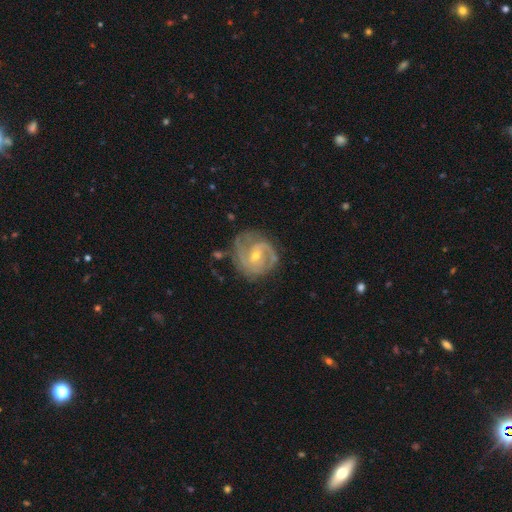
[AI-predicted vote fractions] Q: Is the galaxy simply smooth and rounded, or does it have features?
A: featured or disk — 88%.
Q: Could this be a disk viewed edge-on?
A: no — 98%.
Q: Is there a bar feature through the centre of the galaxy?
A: weak — 45%.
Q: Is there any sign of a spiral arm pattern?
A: yes — 96%.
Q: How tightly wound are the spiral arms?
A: tight — 50%.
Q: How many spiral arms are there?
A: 2 — 58%.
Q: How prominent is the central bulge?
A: small — 56%.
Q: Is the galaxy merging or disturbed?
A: none — 70%.